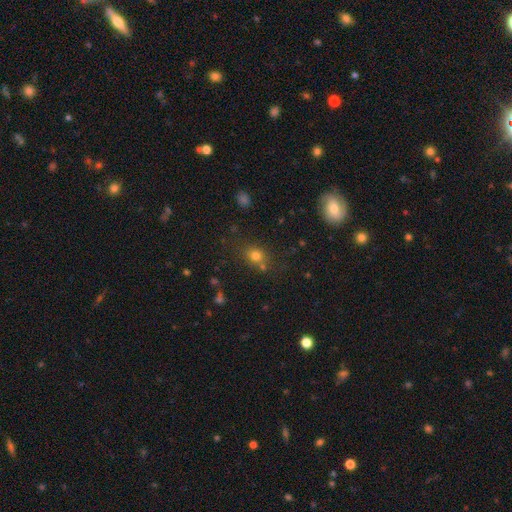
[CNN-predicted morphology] Smooth or featured? smooth (76%)
How rounded? round (62%)
Merging? none (68%)